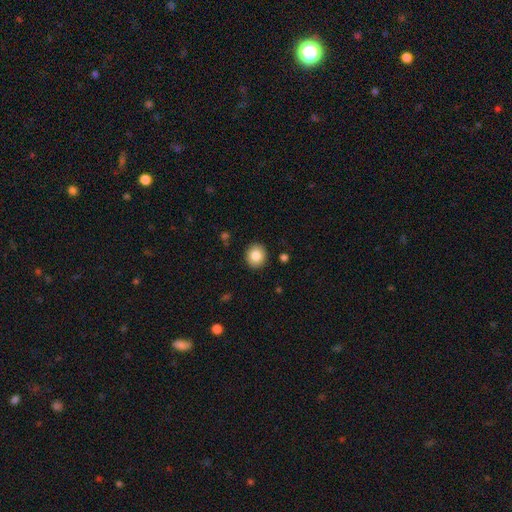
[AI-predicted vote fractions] Smooth or featured: smooth — 84% (star or artifact — 9%)
How rounded: round — 81% (in between — 18%)
Merging: none — 91% (minor disturbance — 6%)